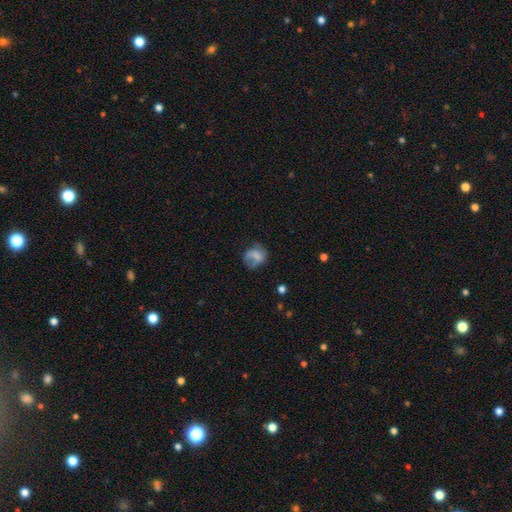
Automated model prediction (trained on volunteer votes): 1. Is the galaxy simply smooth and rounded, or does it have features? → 55% smooth, 34% featured or disk, 11% star or artifact.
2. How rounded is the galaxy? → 58% round, 41% in between, 1% cigar-shaped.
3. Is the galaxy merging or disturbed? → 41% none, 28% major disturbance, 26% minor disturbance, 5% merger.